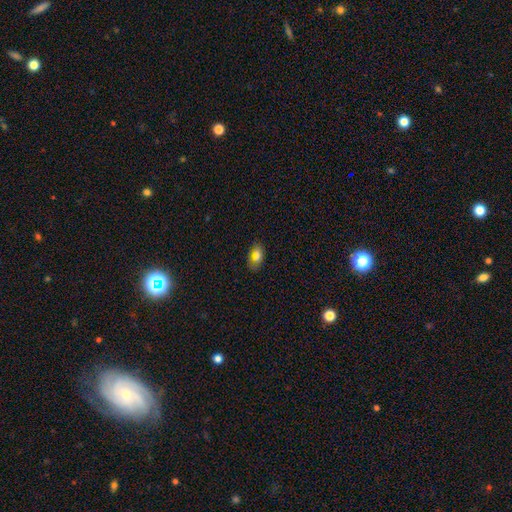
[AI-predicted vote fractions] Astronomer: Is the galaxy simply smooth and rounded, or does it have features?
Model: smooth — 69%.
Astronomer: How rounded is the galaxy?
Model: in between — 90%.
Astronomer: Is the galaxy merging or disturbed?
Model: none — 76%.